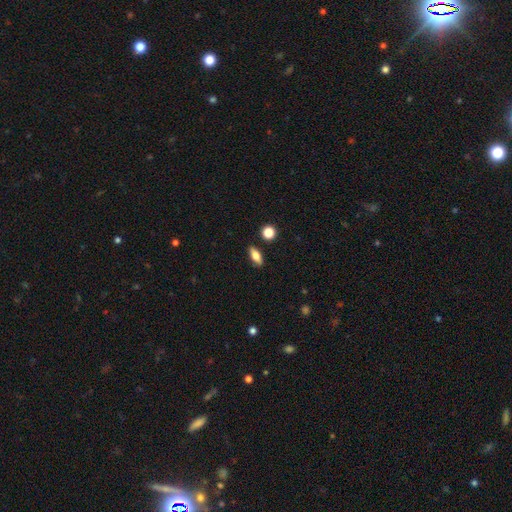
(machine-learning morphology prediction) The model was most divided on "smooth or featured": smooth: 71%, featured or disk: 21%, star or artifact: 8%. More confident: merging — none (86%); how rounded — in between (76%).